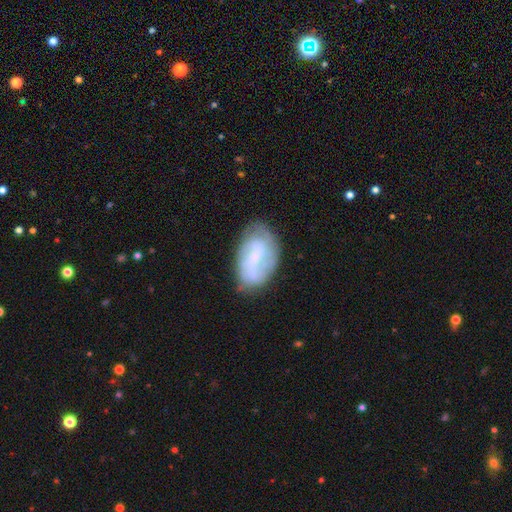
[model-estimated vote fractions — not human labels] Overall: featured or disk (54%; smooth 37%). Edge-on disk: no (95%). Bar: weak (46%; no 29%). Spiral arms: yes (74%). Bulge size: none (38%, tied with small). Merging: none (69%).